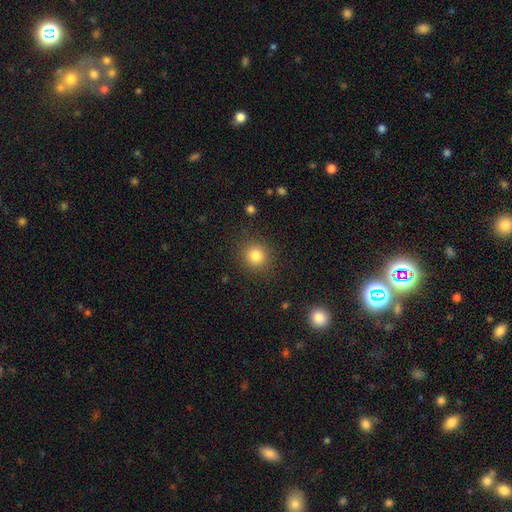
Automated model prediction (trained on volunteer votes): smooth_or_featured: smooth (p=0.82) [alt: star or artifact p=0.12]
how_rounded: round (p=0.91) [alt: in between p=0.08]
merging: none (p=0.88) [alt: minor disturbance p=0.07]